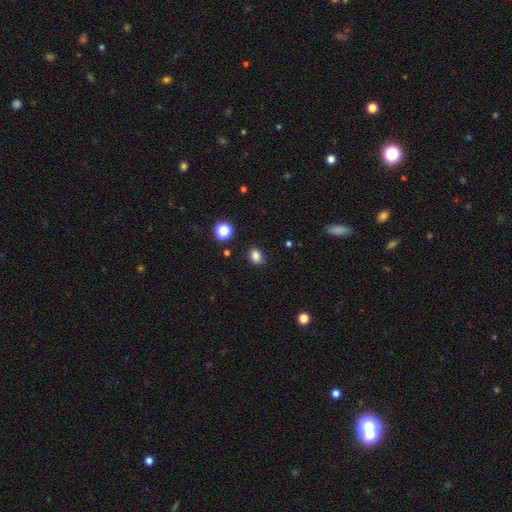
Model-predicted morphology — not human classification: smooth_or_featured: smooth (p=0.84) [alt: star or artifact p=0.12]
how_rounded: in between (p=0.65) [alt: round p=0.34]
merging: none (p=0.84) [alt: minor disturbance p=0.11]